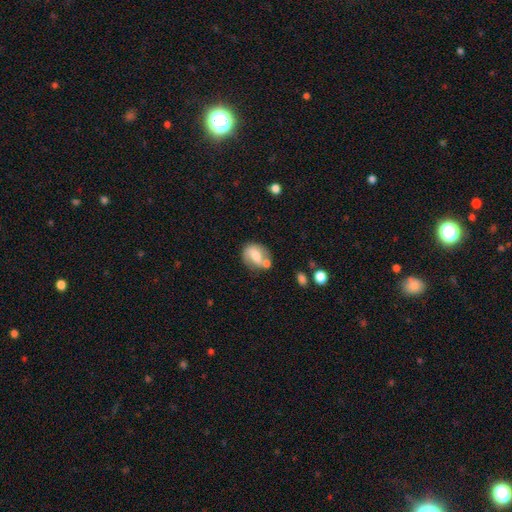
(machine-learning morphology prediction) This appears to be a smooth galaxy with no disk features (51%) that is in between round and cigar-shaped (52%). Merging: none (46%).